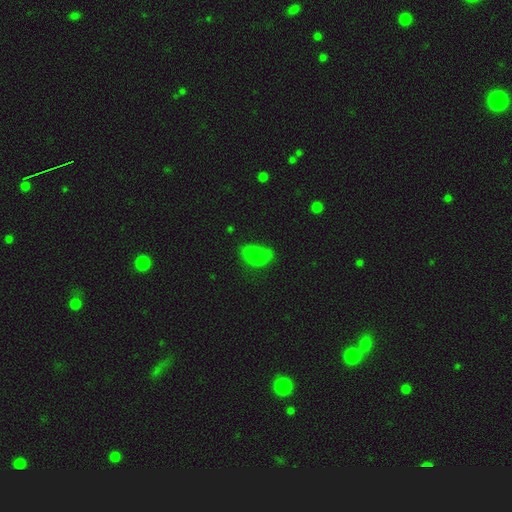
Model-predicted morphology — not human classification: Smooth or featured? Predicted: smooth (p=0.78). How rounded? Predicted: in between (p=0.89). Merging? Predicted: none (p=0.54).